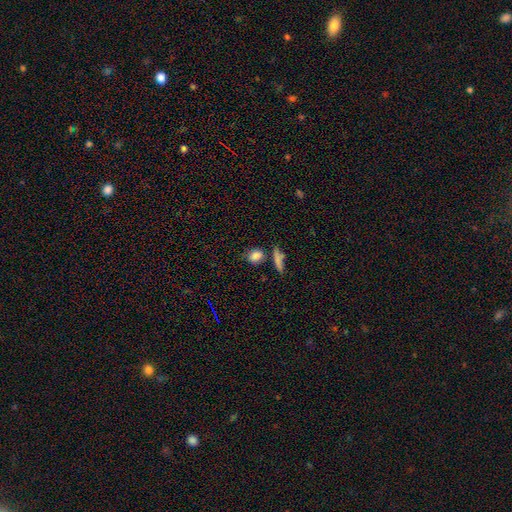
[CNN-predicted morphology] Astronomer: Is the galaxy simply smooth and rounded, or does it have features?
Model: smooth — 84%.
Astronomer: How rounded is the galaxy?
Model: in between — 48% (runner-up: round, 44%).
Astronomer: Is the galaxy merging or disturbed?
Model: none — 70%.